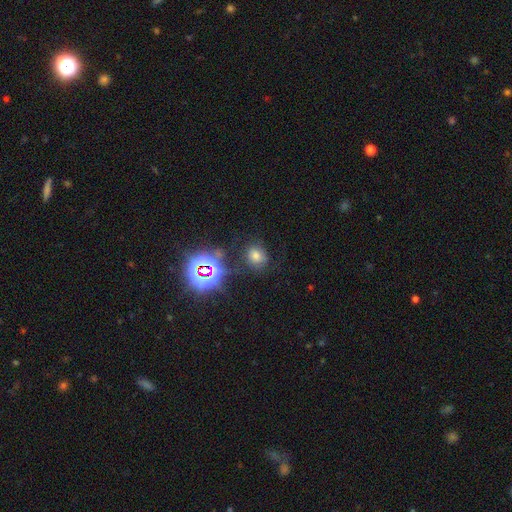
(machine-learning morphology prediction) This appears to be a smooth galaxy with no disk features (62%) that is round (61%). Merging: none (75%).